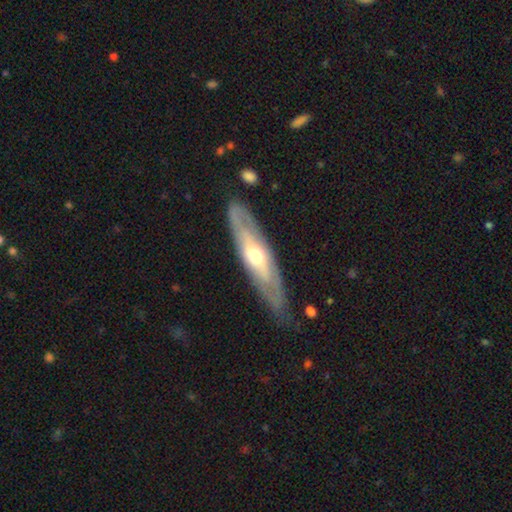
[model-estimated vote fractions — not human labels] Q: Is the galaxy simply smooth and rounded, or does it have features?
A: featured or disk — 68%.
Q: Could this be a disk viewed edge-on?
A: no — 61%.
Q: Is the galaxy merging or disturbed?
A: none — 77%.